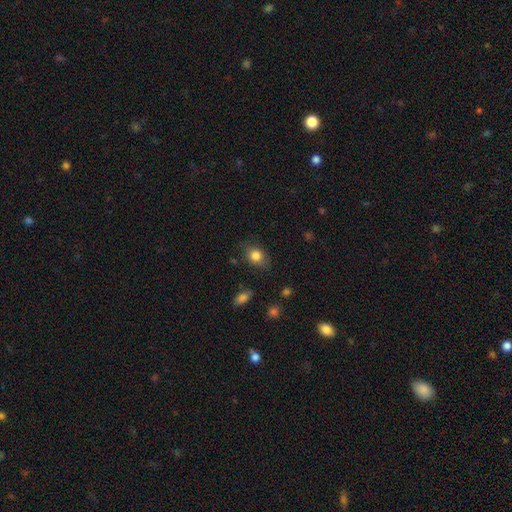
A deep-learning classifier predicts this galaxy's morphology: The model was most divided on "how rounded": in between: 57%, round: 42%, cigar-shaped: 1%. More confident: smooth or featured — smooth (83%); merging — none (77%).